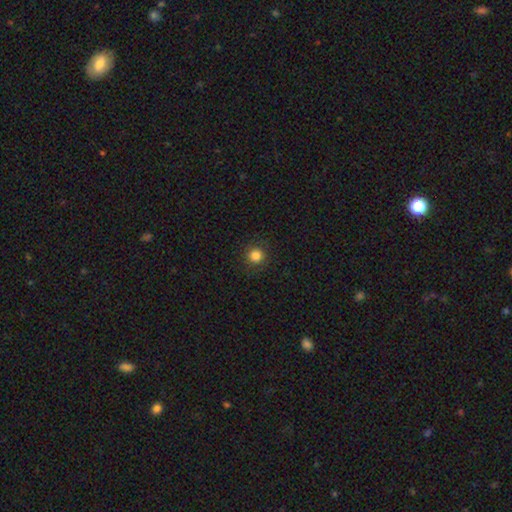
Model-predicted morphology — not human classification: Overall: smooth (84%). How rounded: round (94%). Merging: none (90%).